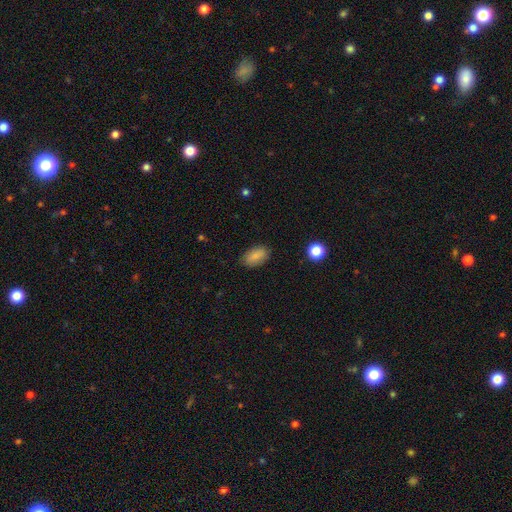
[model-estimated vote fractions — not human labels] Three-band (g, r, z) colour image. It shows a smooth galaxy with no disk features (86%) that is in between round and cigar-shaped (91%). Merging: none (85%).